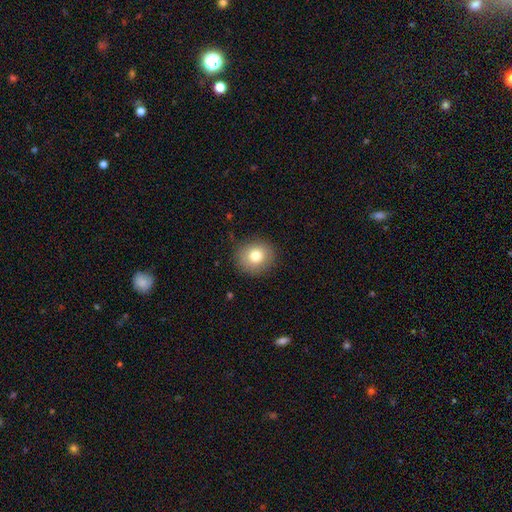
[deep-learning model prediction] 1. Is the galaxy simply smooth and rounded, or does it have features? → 79% smooth, 11% featured or disk, 10% star or artifact.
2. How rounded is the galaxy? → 82% round, 17% in between, 1% cigar-shaped.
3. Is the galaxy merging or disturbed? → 87% none, 9% minor disturbance, 3% major disturbance, 1% merger.